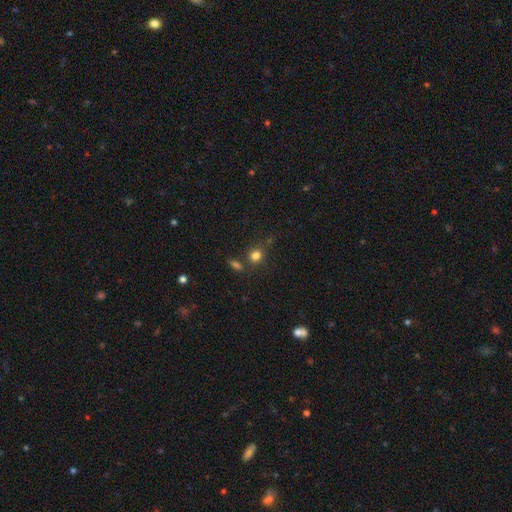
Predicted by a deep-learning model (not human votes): Smooth or featured? Predicted: smooth (p=0.78). How rounded? Predicted: round (p=0.77). Merging? Predicted: none (p=0.70).